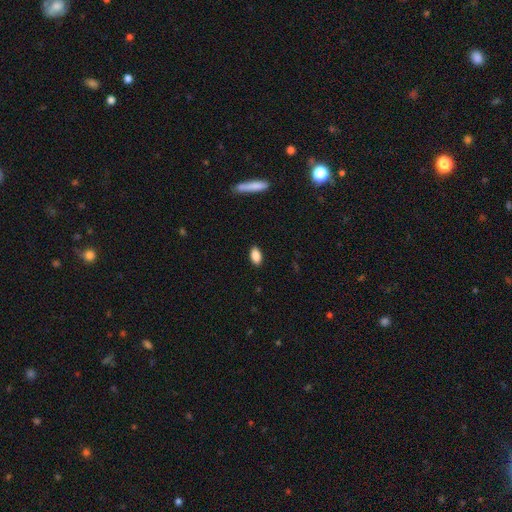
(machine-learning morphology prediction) This appears to be a smooth galaxy with no disk features (88%) that is in between round and cigar-shaped (91%). Merging: none (88%).